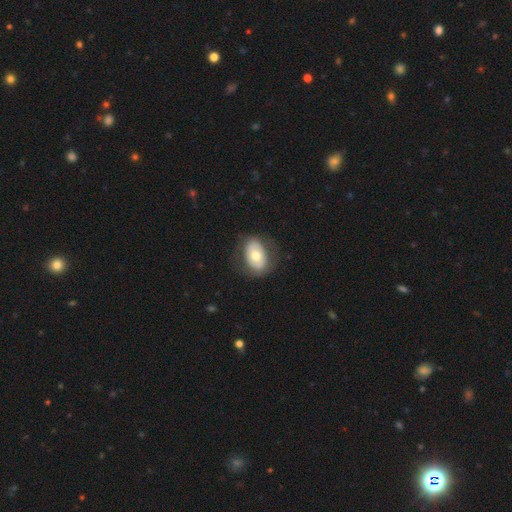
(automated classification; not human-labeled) Q: Smooth or featured?
A: smooth (62%); runner-up: featured or disk (32%)
Q: How rounded?
A: in between (83%); runner-up: round (16%)
Q: Merging?
A: none (77%); runner-up: minor disturbance (15%)